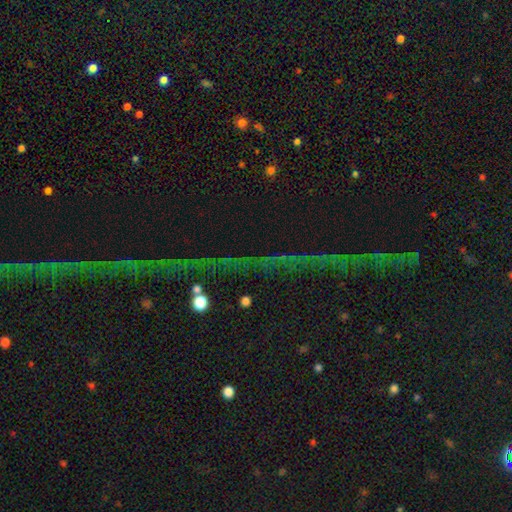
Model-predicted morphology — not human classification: Smooth or featured: star or artifact — 81% (featured or disk — 12%)